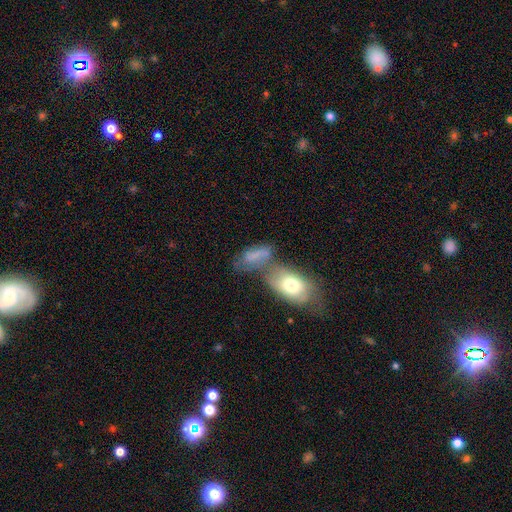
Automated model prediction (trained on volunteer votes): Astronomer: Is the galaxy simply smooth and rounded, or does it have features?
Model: smooth — 68%.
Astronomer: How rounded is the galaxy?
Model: in between — 81%.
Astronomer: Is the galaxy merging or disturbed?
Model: merger — 48% (runner-up: none, 25%).